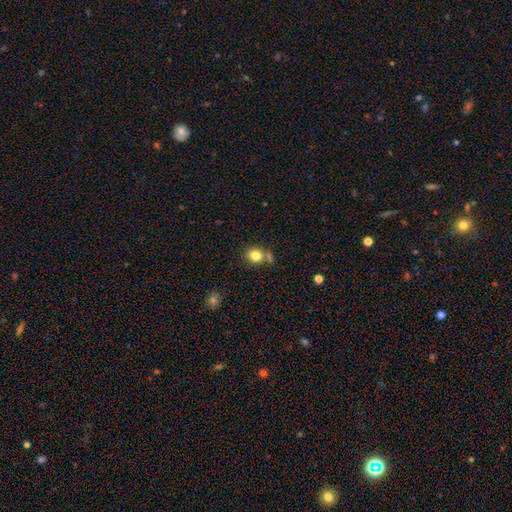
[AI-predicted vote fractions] Smooth or featured? Predicted: smooth (p=0.81). How rounded? Predicted: round (p=0.78). Merging? Predicted: none (p=0.66).